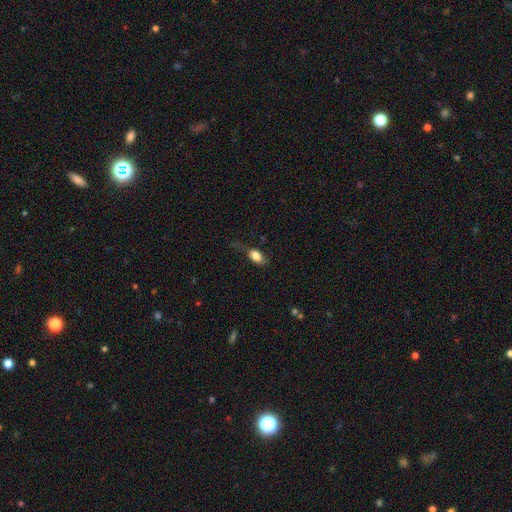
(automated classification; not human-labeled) Smooth or featured? Predicted: smooth (p=0.80). How rounded? Predicted: in between (p=0.83). Merging? Predicted: none (p=0.51).